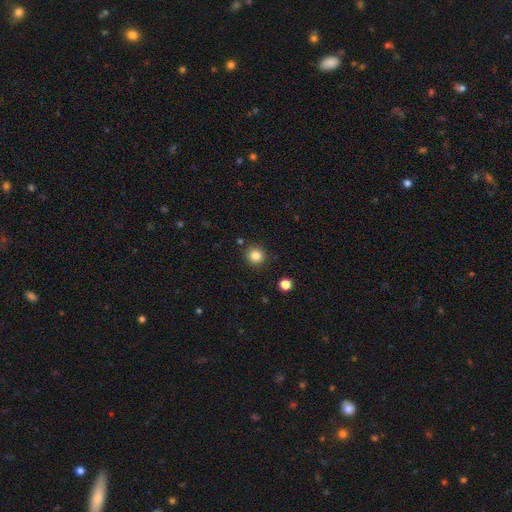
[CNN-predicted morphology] smooth-or-featured: smooth: 84% | star or artifact: 11% | featured or disk: 5%
  how-rounded: round: 93% | in between: 6% | cigar-shaped: 1%
  merging: none: 89% | minor disturbance: 6% | merger: 3% | major disturbance: 2%